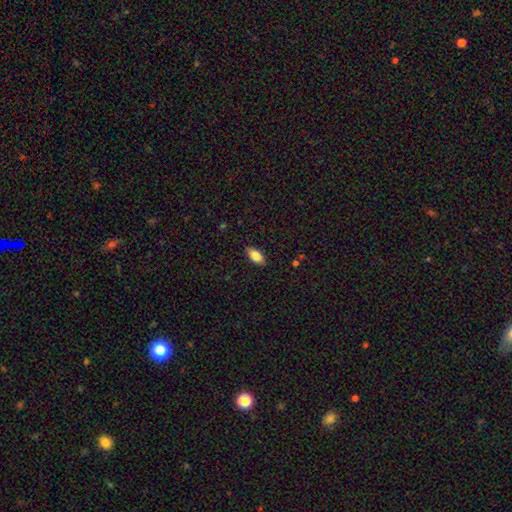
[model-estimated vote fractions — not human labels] smooth_or_featured: smooth (p=0.84) [alt: featured or disk p=0.09]
how_rounded: in between (p=0.91) [alt: cigar-shaped p=0.06]
merging: none (p=0.87) [alt: minor disturbance p=0.10]